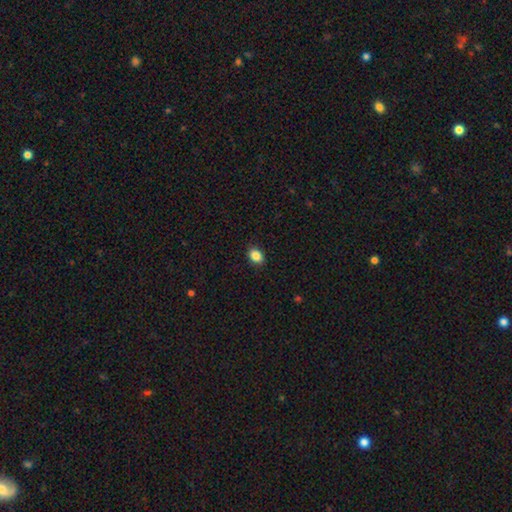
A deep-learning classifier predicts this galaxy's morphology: smooth-or-featured: smooth: 87% | star or artifact: 9% | featured or disk: 4%
  how-rounded: in between: 65% | round: 34% | cigar-shaped: 1%
  merging: none: 89% | minor disturbance: 8% | major disturbance: 2% | merger: 1%